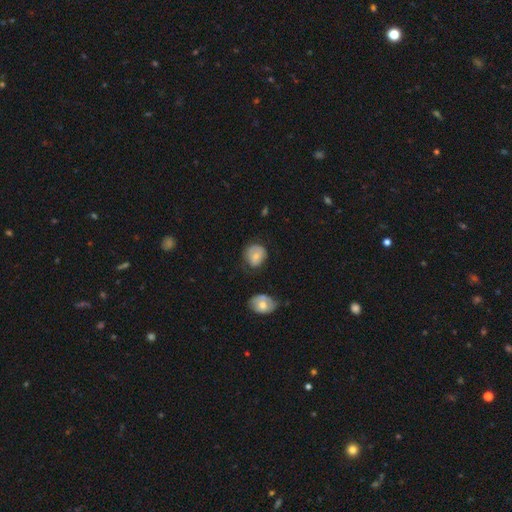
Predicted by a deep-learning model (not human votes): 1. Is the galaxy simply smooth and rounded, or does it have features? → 72% smooth, 20% featured or disk, 8% star or artifact.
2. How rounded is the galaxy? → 65% round, 34% in between, 1% cigar-shaped.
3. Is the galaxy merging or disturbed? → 52% none, 31% minor disturbance, 12% major disturbance, 4% merger.